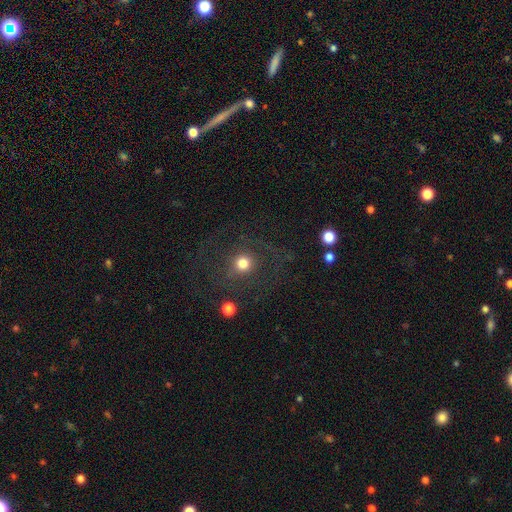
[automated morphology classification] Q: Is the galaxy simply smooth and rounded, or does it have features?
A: smooth — 44%.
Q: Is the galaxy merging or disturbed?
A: none — 80%.